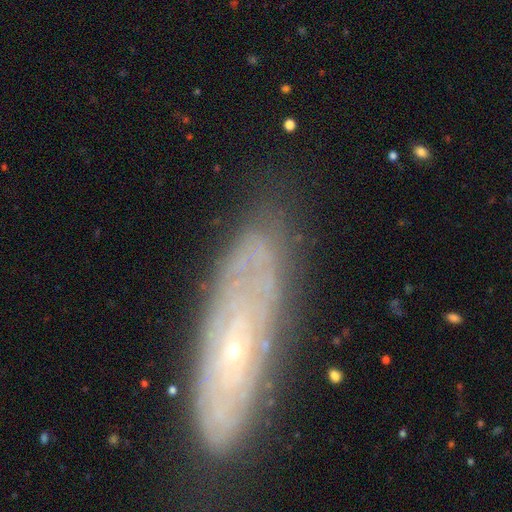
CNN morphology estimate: featured or disk 67%, smooth 20%, star or artifact 12%. Down the decision tree: edge-on disk — no (79%); bar — no (81%); spiral arms — yes (63%); bulge size — small (78%); merging — none (68%).